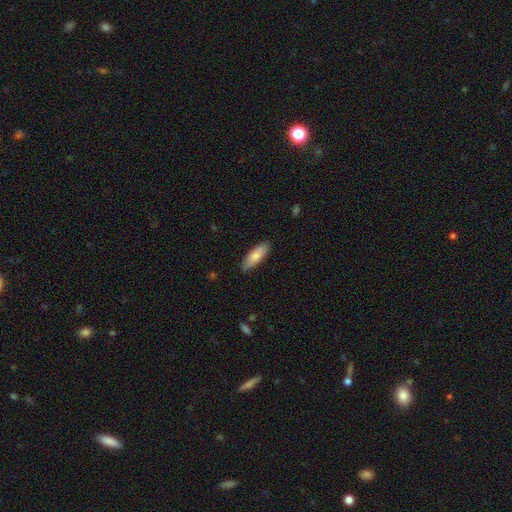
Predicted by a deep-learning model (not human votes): A smooth galaxy with no disk features (77%) that is in between round and cigar-shaped (59%).

Vote fractions:
- Smooth or featured? smooth: 77% / featured or disk: 18% / star or artifact: 6%
- How rounded? in between: 59% / cigar-shaped: 39% / round: 2%
- Merging? none: 85% / minor disturbance: 12% / major disturbance: 2% / merger: 1%